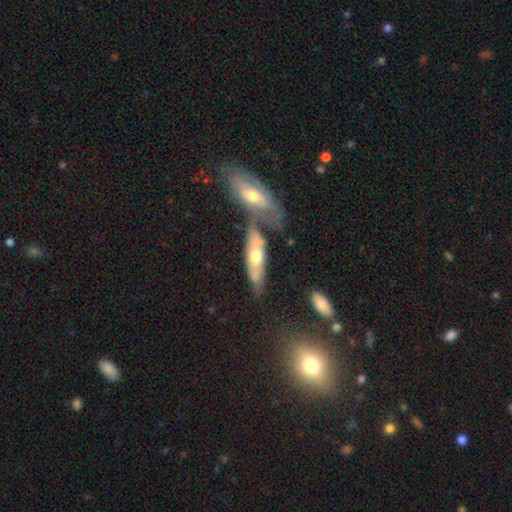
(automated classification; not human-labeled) Smooth or featured: featured or disk — 54% (smooth — 39%)
Edge-on disk: no — 56% (yes — 44%)
Merging: none — 43% (merger — 34%)